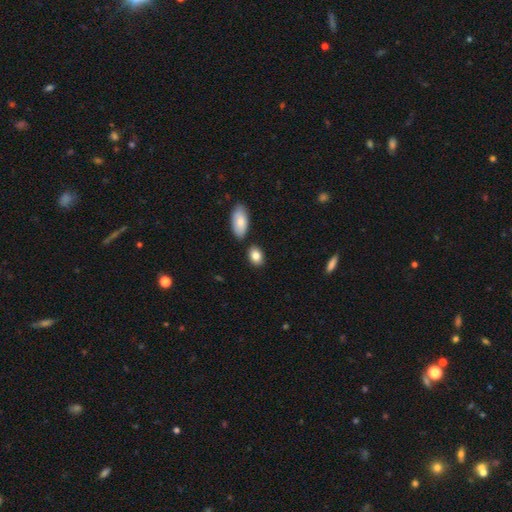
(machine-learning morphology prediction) Q: Smooth or featured?
A: smooth (84%); runner-up: featured or disk (8%)
Q: How rounded?
A: in between (82%); runner-up: round (16%)
Q: Merging?
A: none (79%); runner-up: minor disturbance (11%)